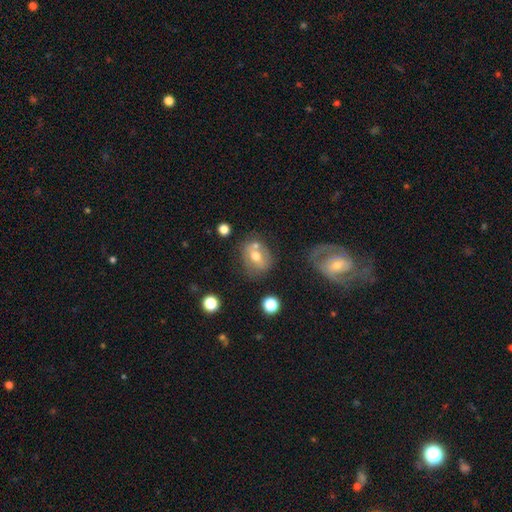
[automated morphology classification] smooth_or_featured: smooth (p=0.57) [alt: featured or disk p=0.33]
how_rounded: round (p=0.61) [alt: in between p=0.38]
merging: none (p=0.53) [alt: merger p=0.23]